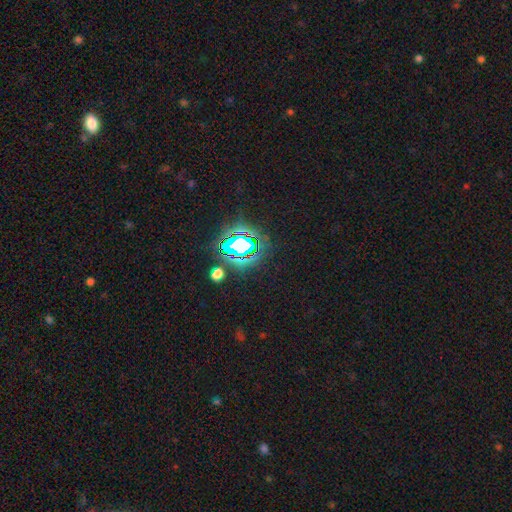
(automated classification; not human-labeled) star or artifact 83%, smooth 11%, featured or disk 6%.